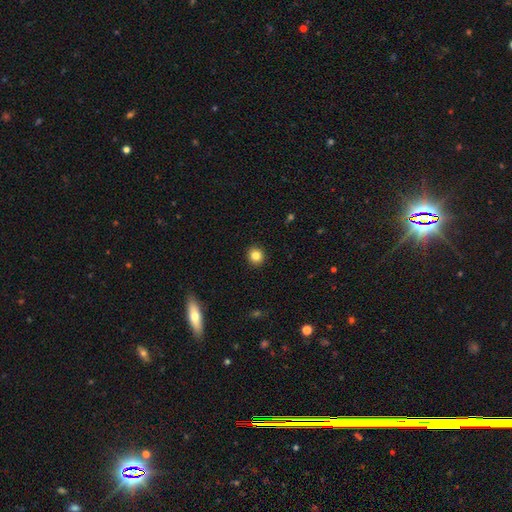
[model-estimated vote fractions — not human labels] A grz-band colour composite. It shows a smooth galaxy with no disk features (83%) that is round (88%). Merging: none (92%).